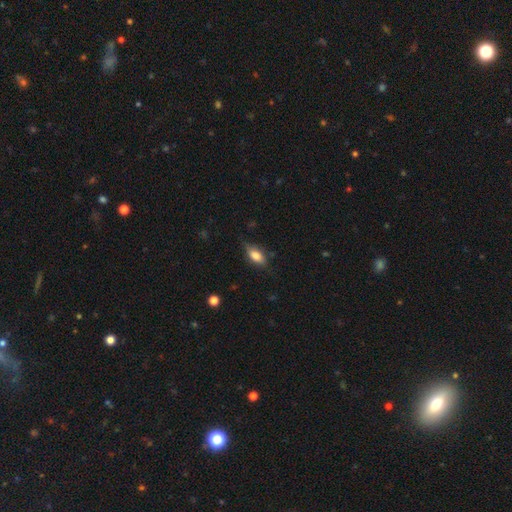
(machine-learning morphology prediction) A smooth galaxy with no disk features (73%) that is in between round and cigar-shaped (81%). Merging: none (72%).